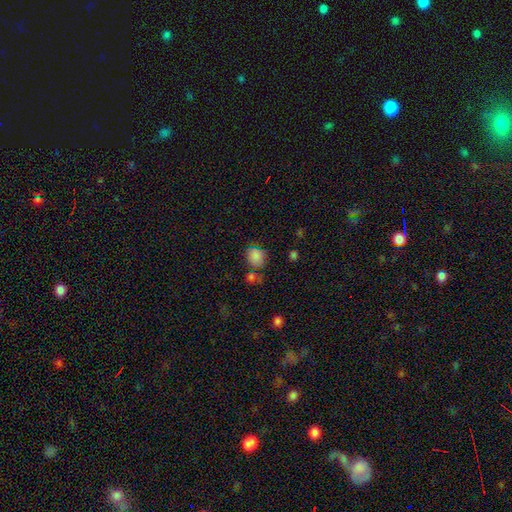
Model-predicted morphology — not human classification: Smooth or featured? smooth (84%)
How rounded? round (60%)
Merging? none (65%)